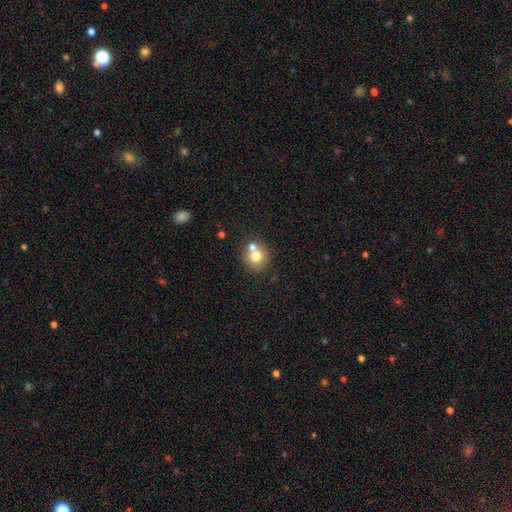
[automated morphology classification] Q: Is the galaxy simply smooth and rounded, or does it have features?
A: smooth — 72%.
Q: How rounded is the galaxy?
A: round — 86%.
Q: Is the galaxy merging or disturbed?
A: none — 55%.